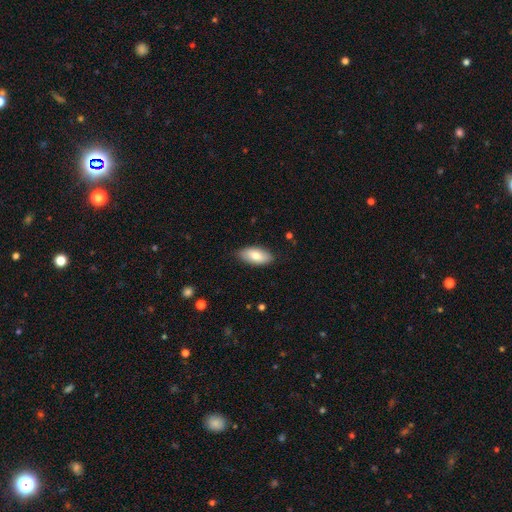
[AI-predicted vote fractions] Smooth or featured: smooth — 78% (featured or disk — 16%)
How rounded: in between — 91% (cigar-shaped — 6%)
Merging: none — 84% (minor disturbance — 13%)